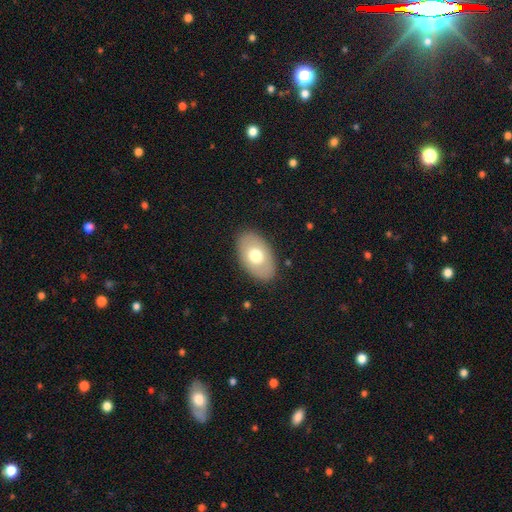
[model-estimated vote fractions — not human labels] Smooth or featured: smooth — 66% (featured or disk — 28%)
How rounded: in between — 92% (round — 7%)
Merging: none — 87% (minor disturbance — 10%)